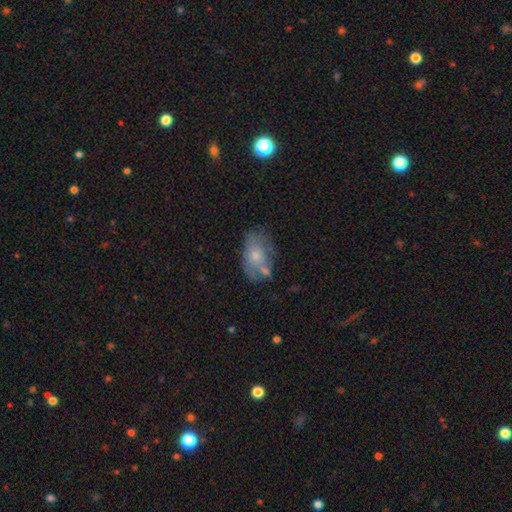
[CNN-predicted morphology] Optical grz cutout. It shows a smooth galaxy with no disk features (57%) that is in between round and cigar-shaped (88%). Merging: none (42%).